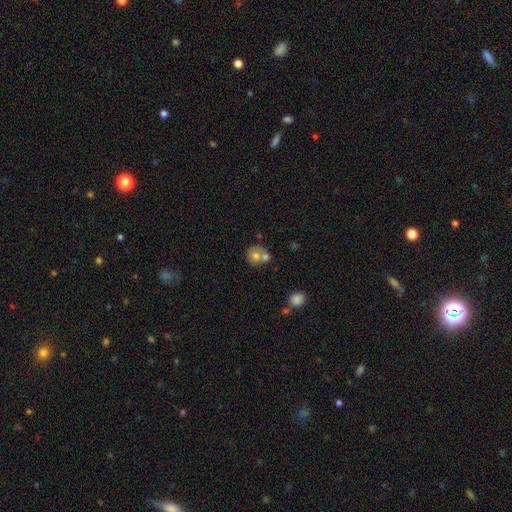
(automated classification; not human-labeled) Smooth or featured? smooth (66%)
How rounded? round (79%)
Merging? merger (47%)